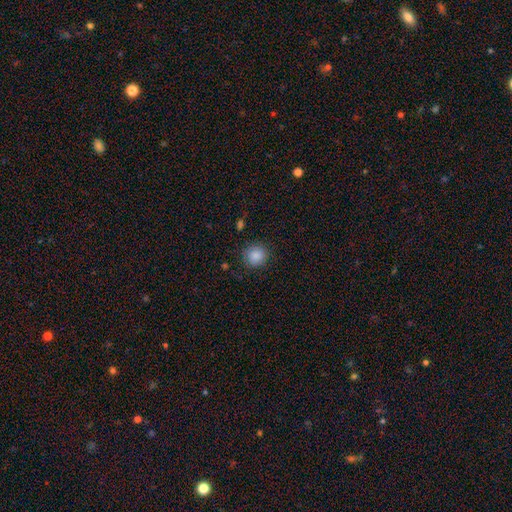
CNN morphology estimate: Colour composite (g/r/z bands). It shows a smooth galaxy with no disk features (87%) that is round (89%). Merging: none (86%).